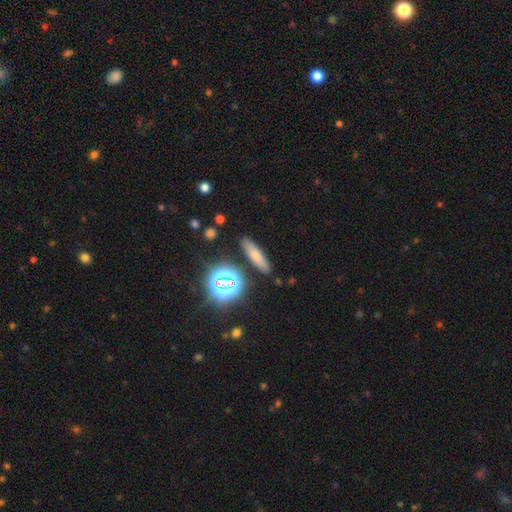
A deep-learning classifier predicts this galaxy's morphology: Overall: smooth (65%). How rounded: cigar-shaped (71%). Merging: none (87%).